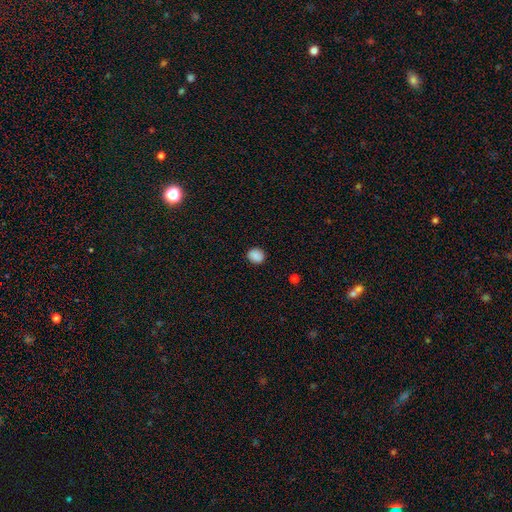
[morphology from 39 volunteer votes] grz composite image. It shows a smooth galaxy with no disk features (87%) that is round (88%). Merging: none (86%).